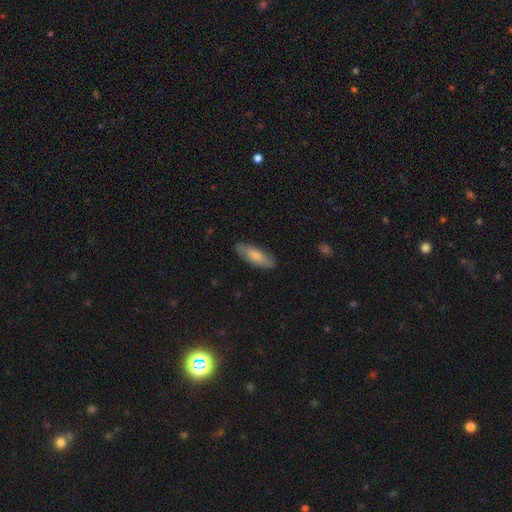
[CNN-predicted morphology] type=smooth (73%); roundness=in between (69%); merging=none (82%).